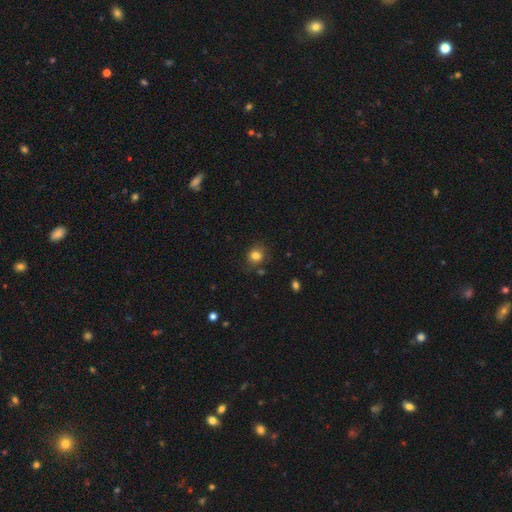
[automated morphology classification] smooth_or_featured: smooth (p=0.81) [alt: star or artifact p=0.12]
how_rounded: round (p=0.80) [alt: in between p=0.19]
merging: none (p=0.79) [alt: minor disturbance p=0.14]